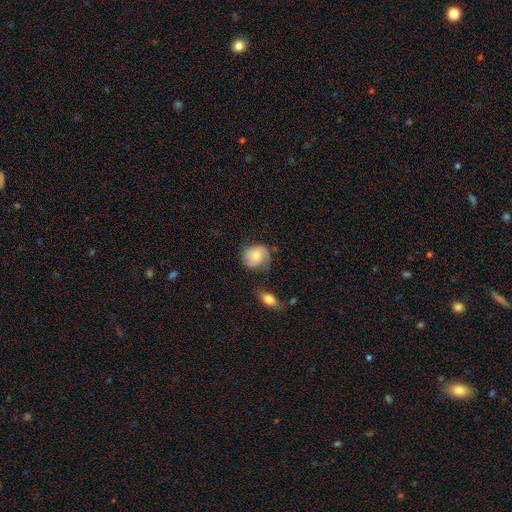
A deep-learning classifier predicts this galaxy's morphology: Smooth or featured? smooth (51%)
How rounded? round (74%)
Merging? none (60%)